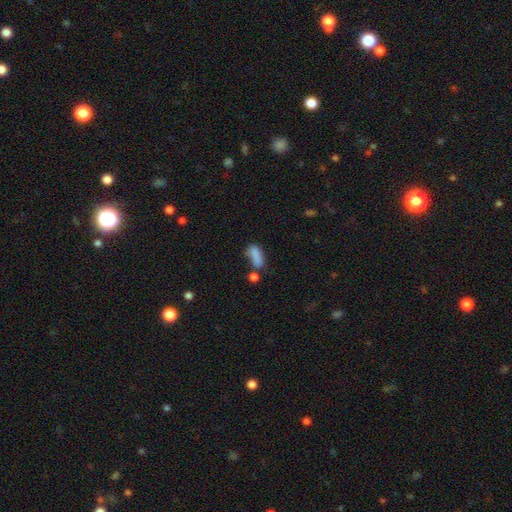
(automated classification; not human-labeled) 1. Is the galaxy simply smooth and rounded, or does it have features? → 80% smooth, 10% star or artifact, 9% featured or disk.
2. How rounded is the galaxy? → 76% in between, 20% cigar-shaped, 4% round.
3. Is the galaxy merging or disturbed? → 41% none, 23% merger, 23% minor disturbance, 13% major disturbance.